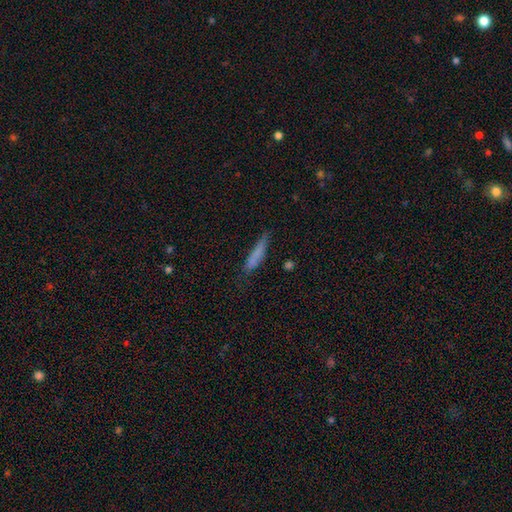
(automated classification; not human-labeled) Overall: smooth (75%). How rounded: cigar-shaped (88%). Merging: none (69%).